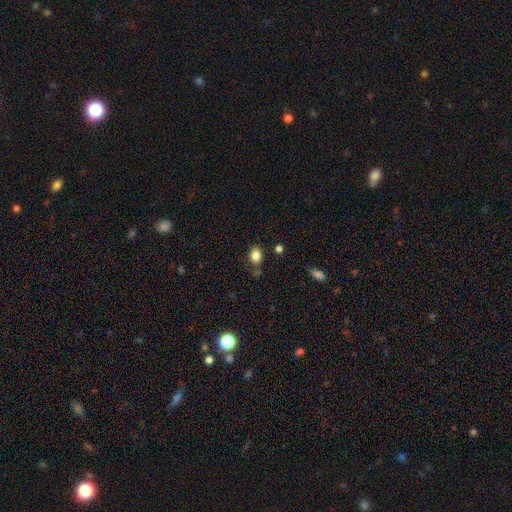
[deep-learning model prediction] smooth-or-featured: smooth: 84% | star or artifact: 10% | featured or disk: 6%
  how-rounded: in between: 71% | round: 28% | cigar-shaped: 1%
  merging: none: 73% | minor disturbance: 17% | merger: 5% | major disturbance: 5%